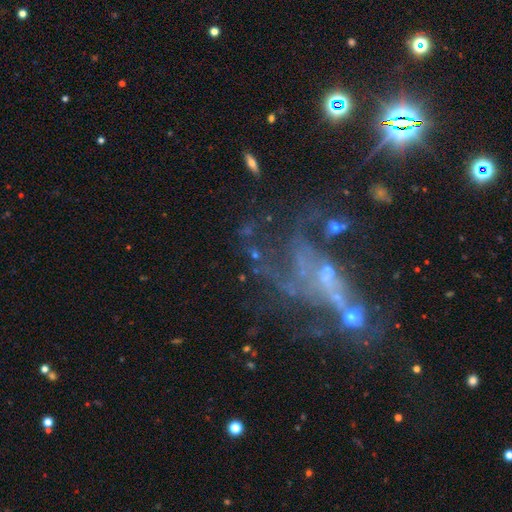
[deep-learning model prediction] The model was most divided on "merging": none: 39%, major disturbance: 32%, merger: 15%, minor disturbance: 14%. More confident: edge-on disk — no (93%); bar — no (78%); spiral arms — no (66%); smooth or featured — featured or disk (56%); bulge size — none (55%).